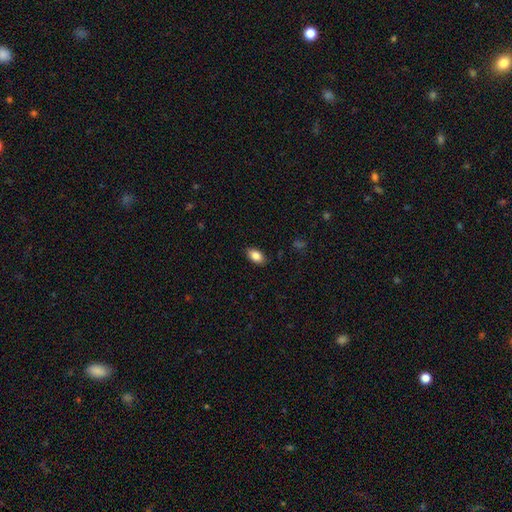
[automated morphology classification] Overall: smooth (85%). How rounded: in between (91%). Merging: none (87%).